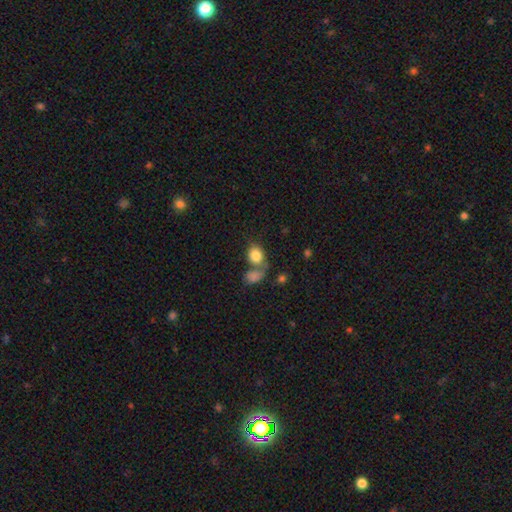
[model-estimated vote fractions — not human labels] Morphology: type=smooth (83%); roundness=in between (53%); merging=none (41%).